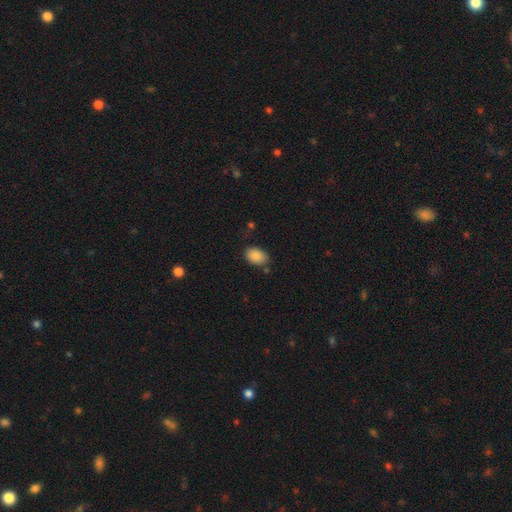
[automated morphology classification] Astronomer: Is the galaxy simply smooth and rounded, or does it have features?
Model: smooth — 87%.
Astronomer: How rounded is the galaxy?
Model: in between — 83%.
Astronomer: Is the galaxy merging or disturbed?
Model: none — 75%.